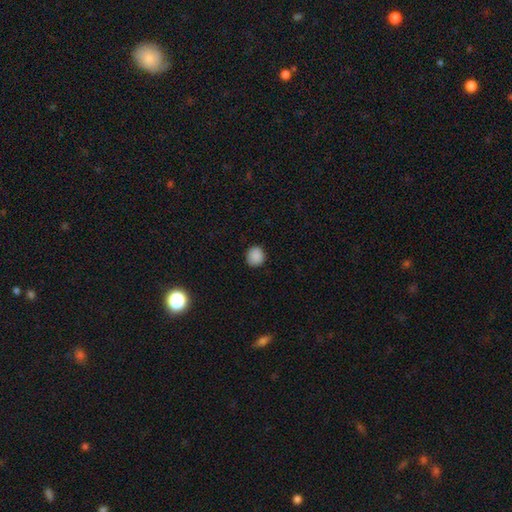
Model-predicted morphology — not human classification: type=smooth (88%); roundness=round (87%); merging=none (88%).